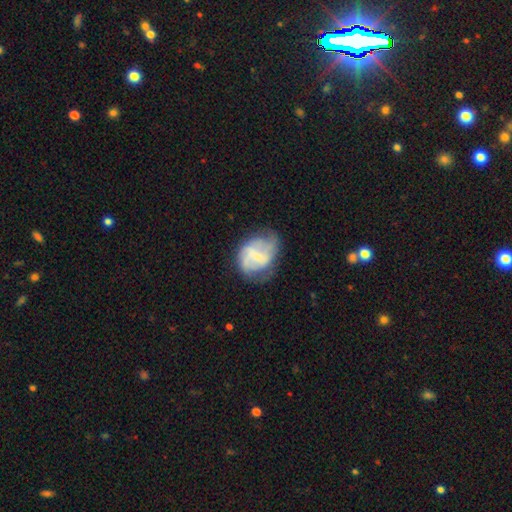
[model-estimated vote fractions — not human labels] A featured or disk galaxy (60%) with a weak bar (49%), spiral arms (75%) and a small central bulge (56%).

Vote fractions:
- Smooth or featured? featured or disk: 60% / smooth: 32% / star or artifact: 7%
- Edge-on disk? no: 97% / yes: 3%
- Bar? weak: 49% / no: 32% / strong: 19%
- Spiral arms? yes: 75% / no: 25%
- Bulge size? small: 56% / moderate: 23% / none: 18% / large: 2% / dominant: 1%
- Merging? none: 47% / minor disturbance: 31% / major disturbance: 20% / merger: 2%